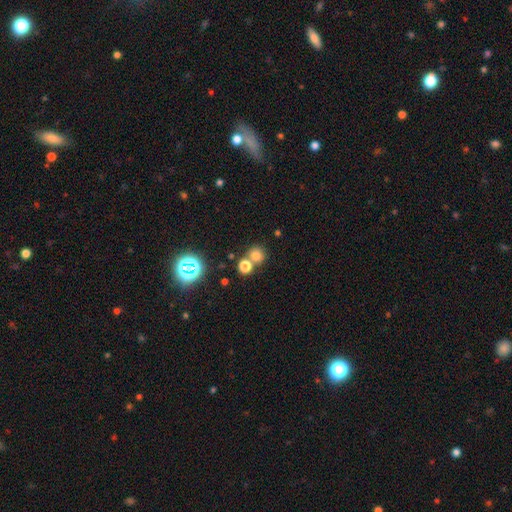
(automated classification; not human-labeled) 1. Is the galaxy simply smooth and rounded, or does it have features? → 72% smooth, 20% star or artifact, 7% featured or disk.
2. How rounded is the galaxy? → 87% round, 12% in between, 1% cigar-shaped.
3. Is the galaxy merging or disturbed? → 57% none, 32% merger, 7% minor disturbance, 3% major disturbance.